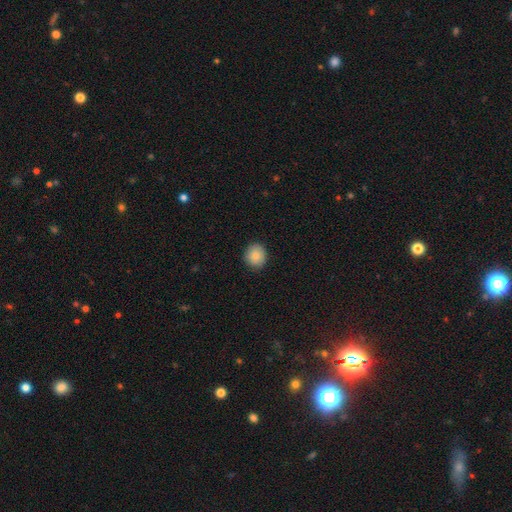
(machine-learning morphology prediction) A smooth galaxy with no disk features (83%) that is round (84%).

Vote fractions:
- Smooth or featured? smooth: 83% / star or artifact: 9% / featured or disk: 8%
- How rounded? round: 84% / in between: 15% / cigar-shaped: 1%
- Merging? none: 89% / minor disturbance: 8% / major disturbance: 2% / merger: 1%